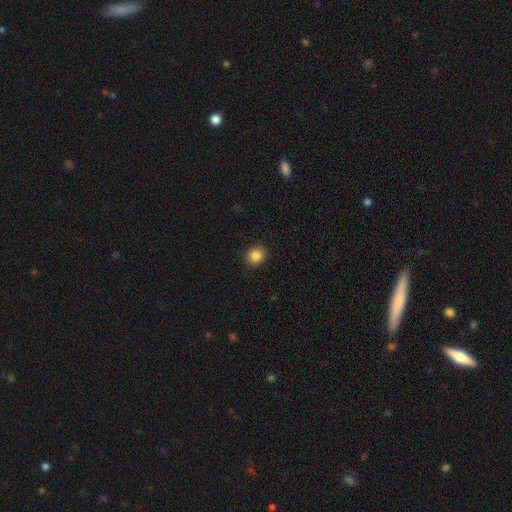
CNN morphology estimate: Smooth or featured? Predicted: smooth (p=0.86). How rounded? Predicted: round (p=0.77). Merging? Predicted: none (p=0.90).